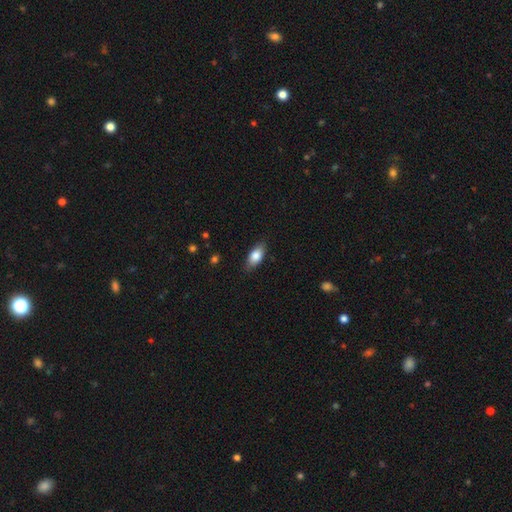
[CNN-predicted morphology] smooth-or-featured: smooth: 80% | featured or disk: 13% | star or artifact: 6%
  how-rounded: in between: 87% | cigar-shaped: 10% | round: 4%
  merging: none: 83% | minor disturbance: 13% | major disturbance: 3% | merger: 1%